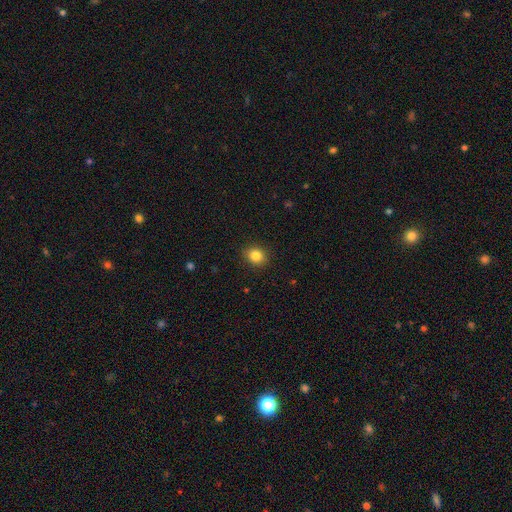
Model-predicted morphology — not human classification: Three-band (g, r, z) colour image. It shows a smooth galaxy with no disk features (84%) that is round (69%). Merging: none (90%).